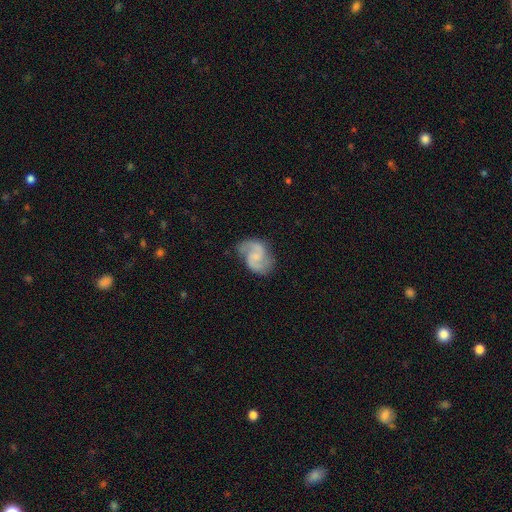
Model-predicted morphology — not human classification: This appears to be a featured or disk galaxy (84%) with no bar (50%), 2 (92%) medium (54%) spiral arms (97%) and a small central bulge (47%). Merging: none (73%).